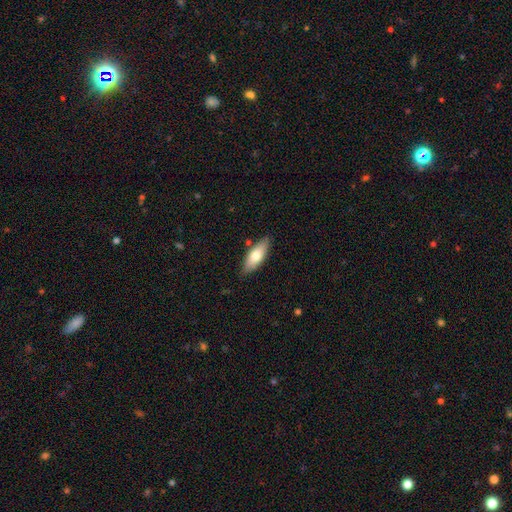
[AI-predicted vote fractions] smooth_or_featured: smooth (p=0.69) [alt: featured or disk p=0.25]
how_rounded: in between (p=0.67) [alt: cigar-shaped p=0.31]
merging: none (p=0.82) [alt: minor disturbance p=0.13]